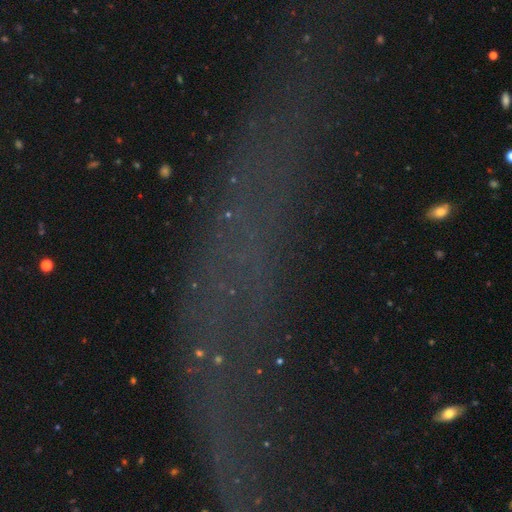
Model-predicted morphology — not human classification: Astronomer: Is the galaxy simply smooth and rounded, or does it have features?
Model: star or artifact — 49% (runner-up: featured or disk, 30%).